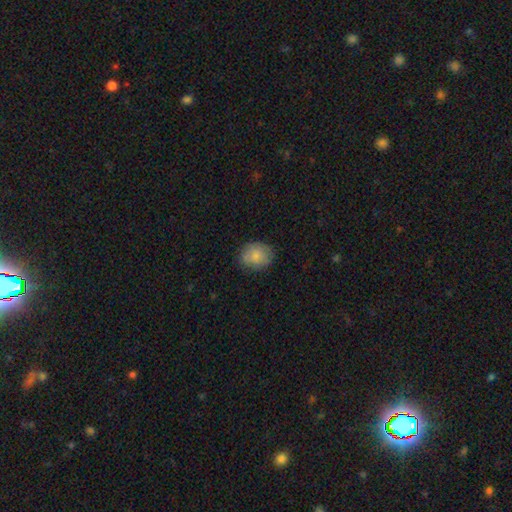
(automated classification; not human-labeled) Q: Smooth or featured?
A: smooth (79%); runner-up: featured or disk (13%)
Q: How rounded?
A: round (61%); runner-up: in between (38%)
Q: Merging?
A: none (75%); runner-up: minor disturbance (19%)